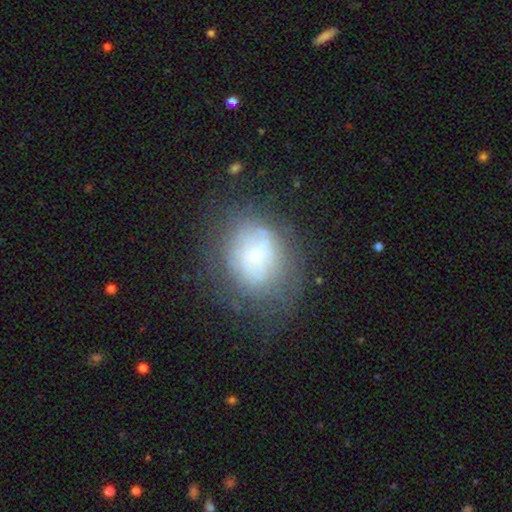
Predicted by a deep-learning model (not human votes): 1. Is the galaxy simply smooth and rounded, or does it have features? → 47% smooth, 40% featured or disk, 12% star or artifact.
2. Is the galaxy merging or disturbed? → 52% none, 24% minor disturbance, 20% major disturbance, 4% merger.